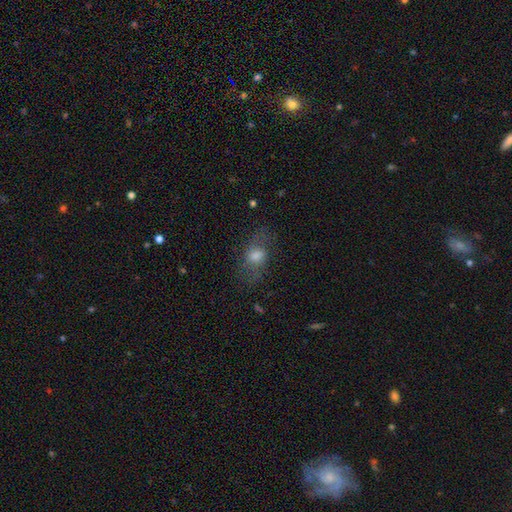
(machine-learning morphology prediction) Overall: smooth (53%; featured or disk 33%). How rounded: in between (71%). Merging: none (70%).